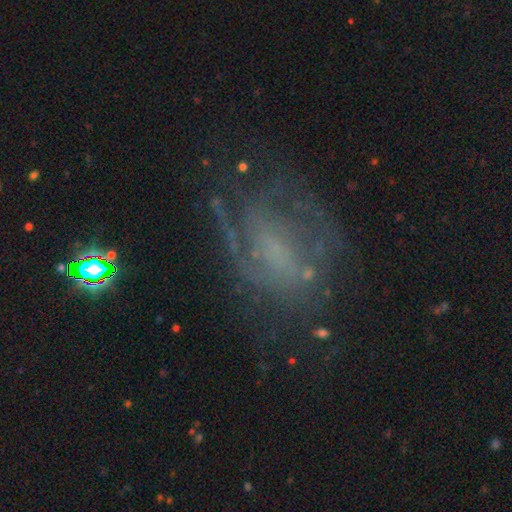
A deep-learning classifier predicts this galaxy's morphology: Smooth or featured? Predicted: featured or disk (p=0.69). Edge-on disk? Predicted: no (p=0.97). Bar? Predicted: no (p=0.56). Spiral arms? Predicted: yes (p=0.74). Bulge size? Predicted: none (p=0.53). Merging? Predicted: none (p=0.53).